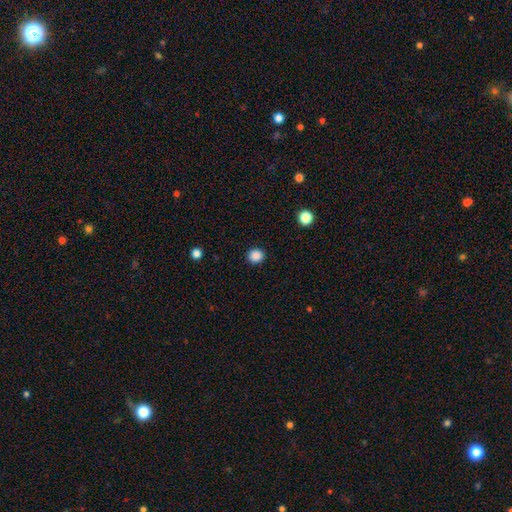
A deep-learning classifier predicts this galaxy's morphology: Smooth or featured? smooth (87%)
How rounded? round (89%)
Merging? none (91%)